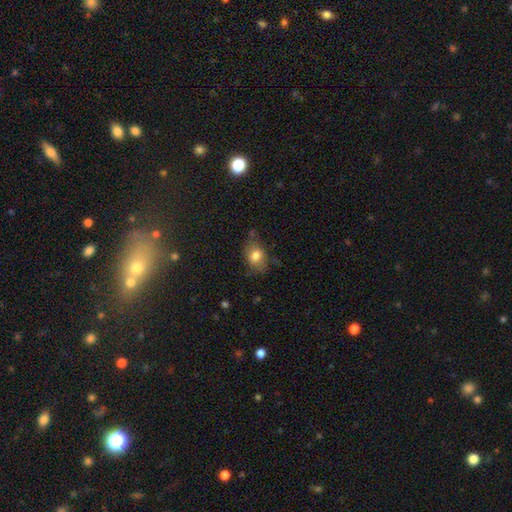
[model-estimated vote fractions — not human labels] Smooth or featured: smooth — 78% (featured or disk — 13%)
How rounded: in between — 73% (round — 26%)
Merging: none — 67% (minor disturbance — 24%)